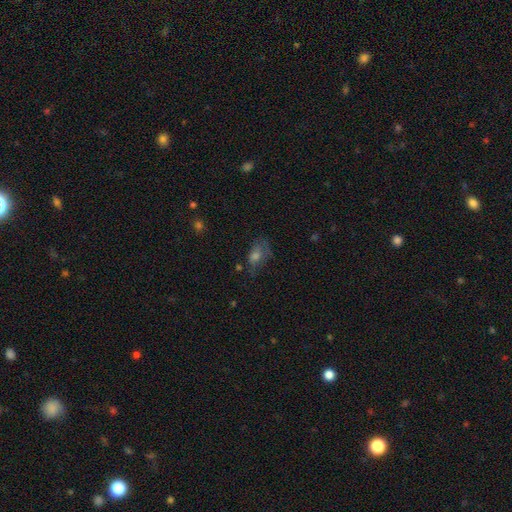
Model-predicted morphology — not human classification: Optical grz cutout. It shows a smooth galaxy with no disk features (49%). Merging: none (46%).